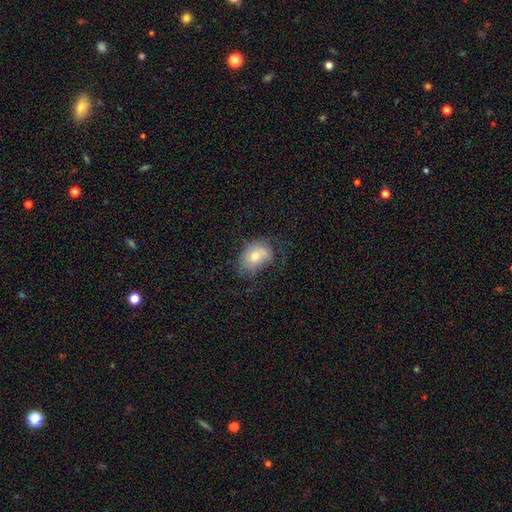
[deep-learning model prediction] smooth-or-featured: smooth: 58% | featured or disk: 33% | star or artifact: 8%
  how-rounded: in between: 78% | round: 21% | cigar-shaped: 1%
  merging: none: 47% | minor disturbance: 27% | major disturbance: 25% | merger: 2%